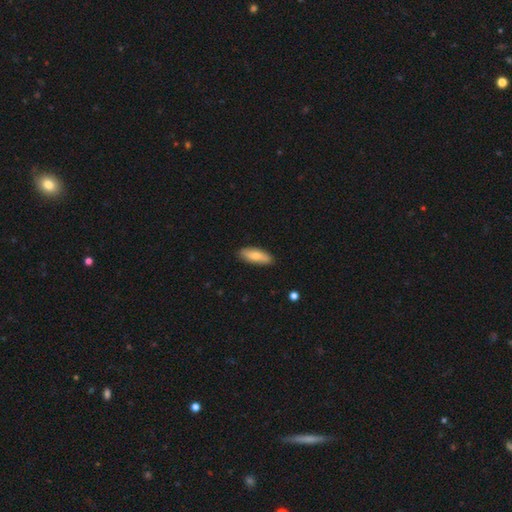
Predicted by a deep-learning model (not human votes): smooth_or_featured: smooth (p=0.77) [alt: featured or disk p=0.17]
how_rounded: in between (p=0.65) [alt: cigar-shaped p=0.33]
merging: none (p=0.87) [alt: minor disturbance p=0.10]